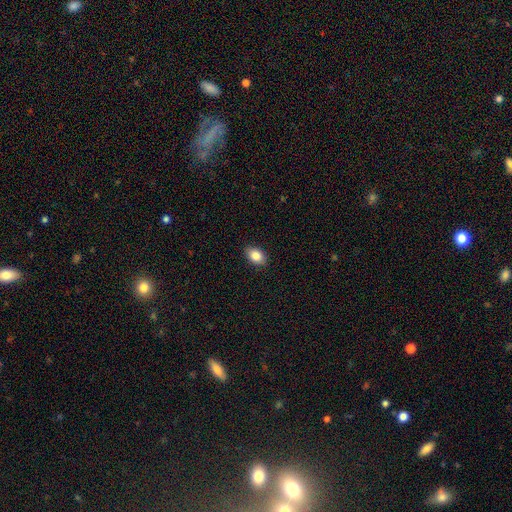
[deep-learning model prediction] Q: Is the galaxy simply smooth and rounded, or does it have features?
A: smooth — 86%.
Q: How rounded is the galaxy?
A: in between — 84%.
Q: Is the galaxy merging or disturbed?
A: none — 88%.